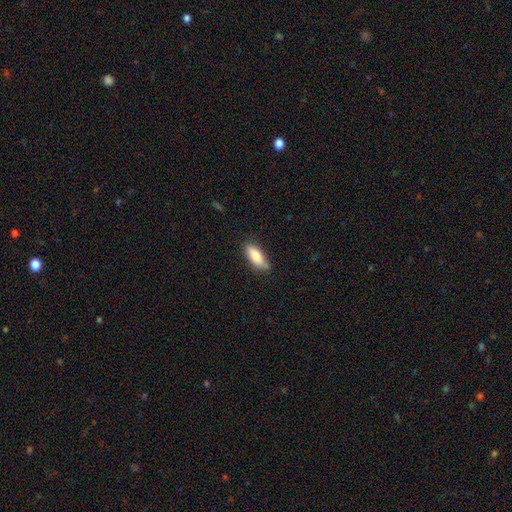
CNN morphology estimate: Q: Smooth or featured?
A: smooth (80%); runner-up: featured or disk (13%)
Q: How rounded?
A: in between (69%); runner-up: cigar-shaped (29%)
Q: Merging?
A: none (78%); runner-up: minor disturbance (18%)